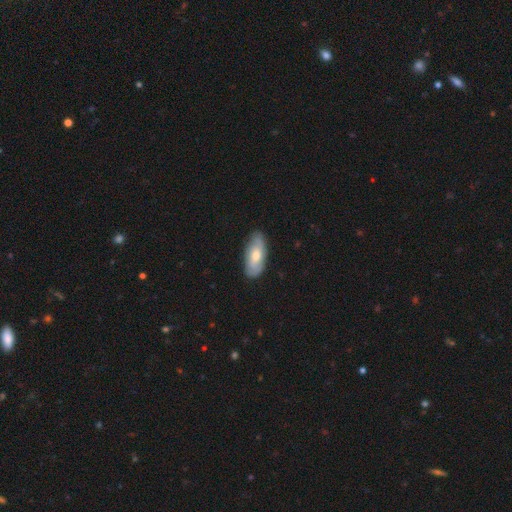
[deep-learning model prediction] smooth_or_featured: smooth (p=0.55) [alt: featured or disk p=0.39]
how_rounded: in between (p=0.85) [alt: cigar-shaped p=0.13]
merging: none (p=0.82) [alt: minor disturbance p=0.14]